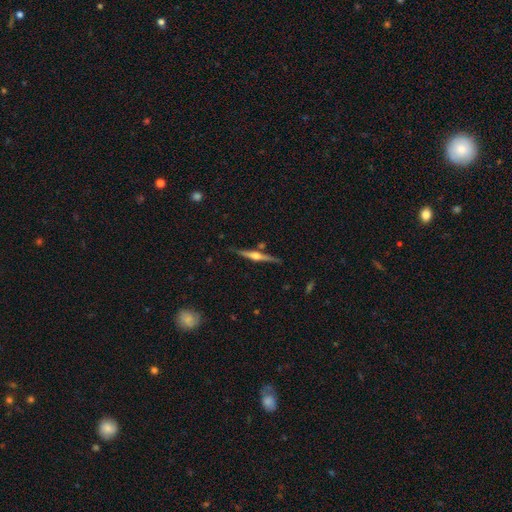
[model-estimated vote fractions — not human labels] featured or disk 79%, smooth 15%, star or artifact 6%. Down the decision tree: edge-on disk — yes (98%); edge-on bulge — rounded (92%); merging — none (84%).